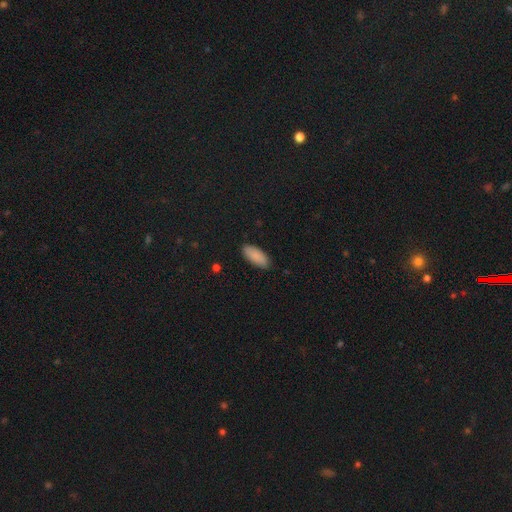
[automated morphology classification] The model was most divided on "how rounded": in between: 85%, cigar-shaped: 13%, round: 2%. More confident: smooth or featured — smooth (89%); merging — none (87%).